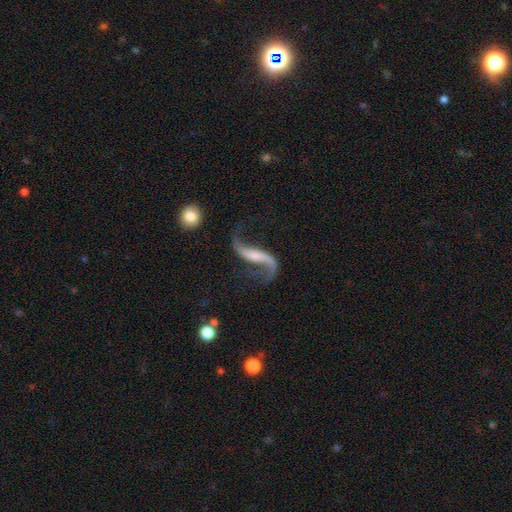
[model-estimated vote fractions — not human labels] This appears to be a featured or disk galaxy (88%) with no bar (34%), 2 (91%) loose (93%) spiral arms (96%) and no central bulge (42%). Merging: none (66%).